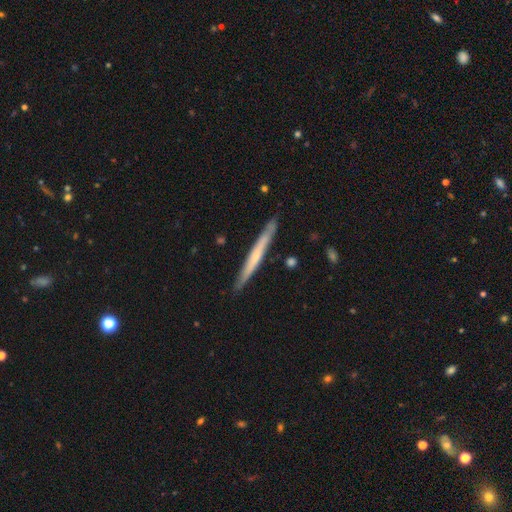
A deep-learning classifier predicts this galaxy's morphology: Smooth or featured? featured or disk (52%)
Edge-on disk? yes (96%)
Merging? none (88%)